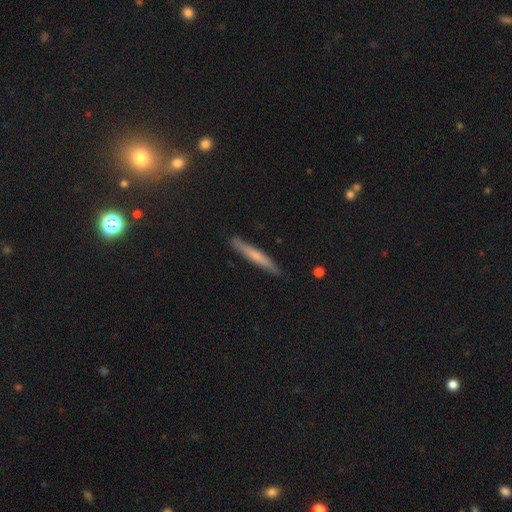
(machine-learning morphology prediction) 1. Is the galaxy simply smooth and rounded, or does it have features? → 56% smooth, 37% featured or disk, 6% star or artifact.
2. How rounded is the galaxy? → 95% cigar-shaped, 3% in between, 1% round.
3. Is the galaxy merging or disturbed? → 88% none, 9% minor disturbance, 2% major disturbance, 1% merger.